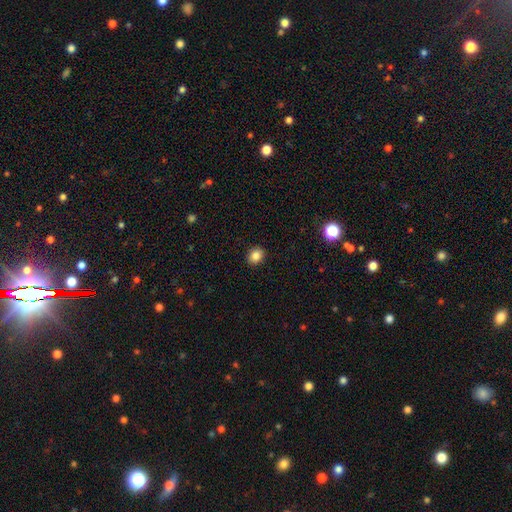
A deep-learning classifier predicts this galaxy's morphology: Smooth or featured?
  - smooth: 84% *
  - star or artifact: 11%
  - featured or disk: 5%
How rounded?
  - round: 60% *
  - in between: 39%
  - cigar-shaped: 1%
Merging?
  - none: 91% *
  - minor disturbance: 6%
  - major disturbance: 2%
  - merger: 1%